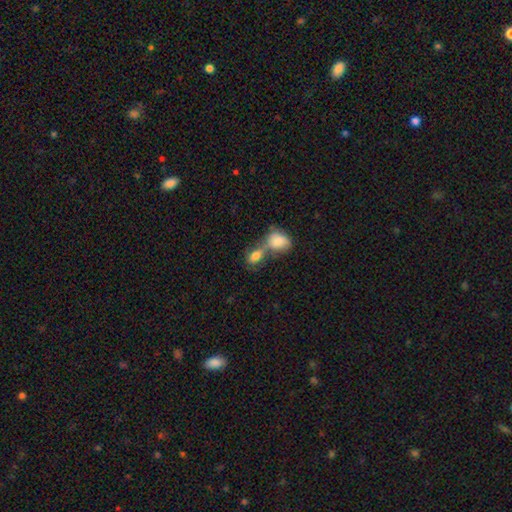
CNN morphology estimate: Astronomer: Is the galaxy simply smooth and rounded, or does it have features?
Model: smooth — 77%.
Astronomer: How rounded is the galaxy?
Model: in between — 82%.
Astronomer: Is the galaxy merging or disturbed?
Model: merger — 66%.